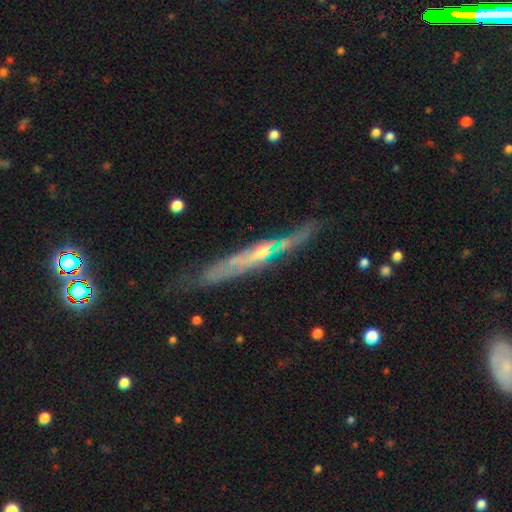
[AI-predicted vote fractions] This is likely a featured or disk galaxy (65%). It is clearly viewed edge-on (87%). Edge-on bulge: possibly none (58%). Merging: likely none (69%).